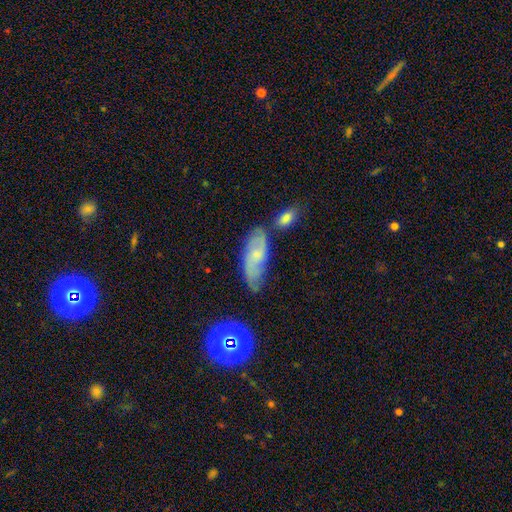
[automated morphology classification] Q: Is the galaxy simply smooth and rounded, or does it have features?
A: featured or disk — 48%.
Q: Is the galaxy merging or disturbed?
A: none — 57%.